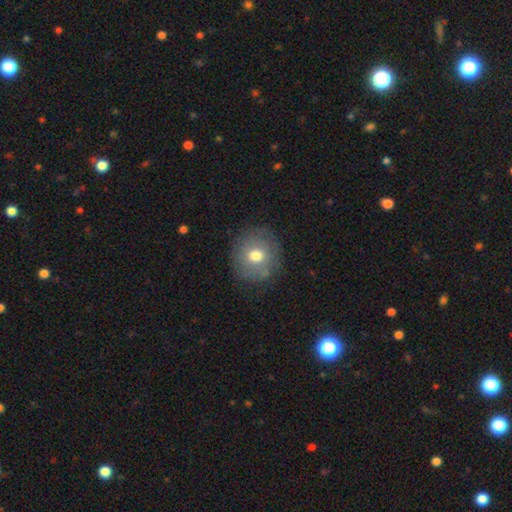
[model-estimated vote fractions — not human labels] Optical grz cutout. It shows a smooth galaxy with no disk features (69%) that is round (88%). Merging: none (81%).